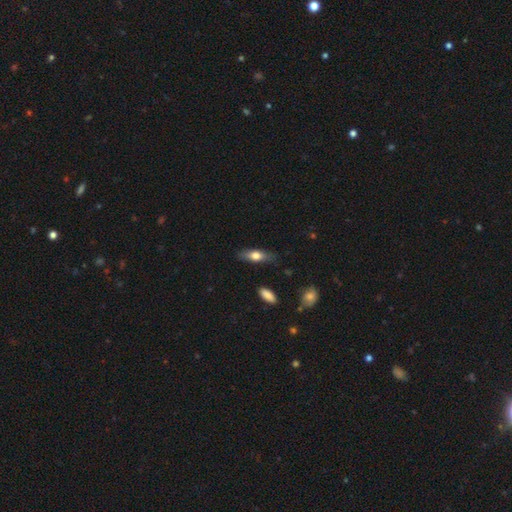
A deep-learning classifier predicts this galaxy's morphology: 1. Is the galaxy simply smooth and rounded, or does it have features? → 63% smooth, 31% featured or disk, 6% star or artifact.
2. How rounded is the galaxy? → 52% in between, 45% cigar-shaped, 3% round.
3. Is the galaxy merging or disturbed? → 81% none, 14% minor disturbance, 3% major disturbance, 2% merger.